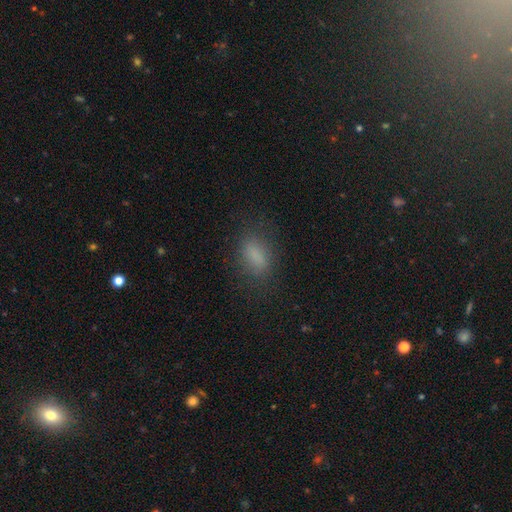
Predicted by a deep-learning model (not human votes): Overall: smooth (80%). How rounded: in between (82%). Merging: none (77%).